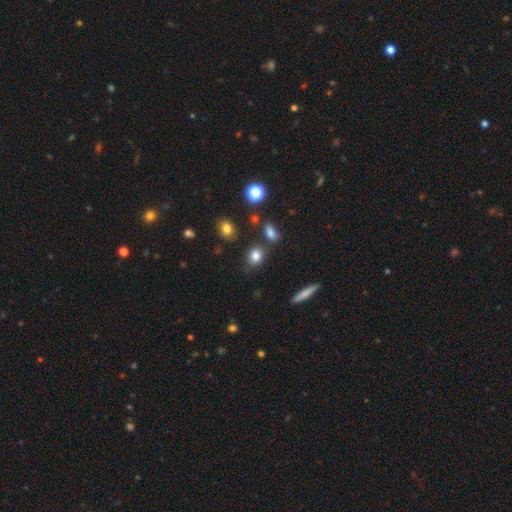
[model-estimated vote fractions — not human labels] The model was most divided on "how rounded": round: 58%, in between: 40%, cigar-shaped: 2%. More confident: smooth or featured — smooth (82%); merging — none (77%).